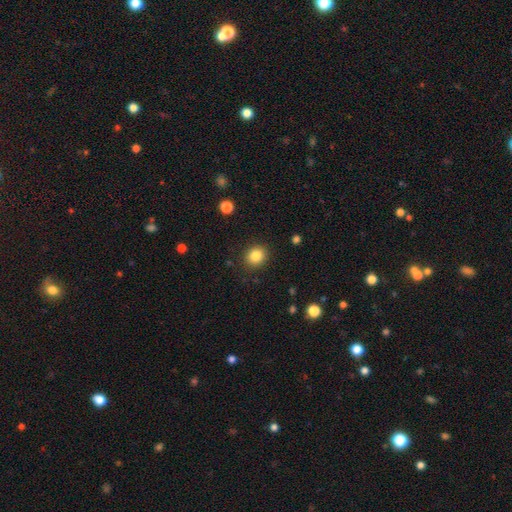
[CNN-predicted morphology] Q: Smooth or featured?
A: smooth (84%); runner-up: star or artifact (10%)
Q: How rounded?
A: round (71%); runner-up: in between (28%)
Q: Merging?
A: none (88%); runner-up: minor disturbance (8%)